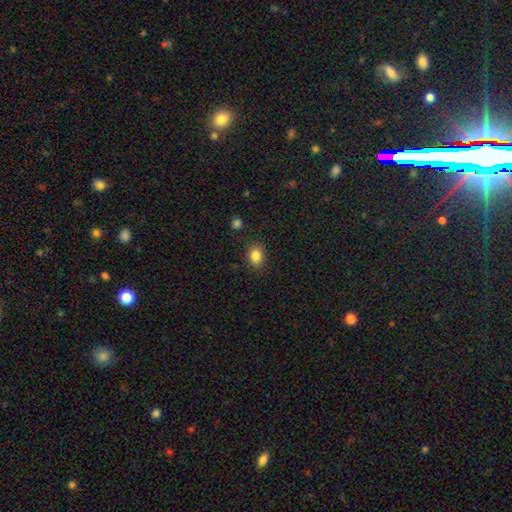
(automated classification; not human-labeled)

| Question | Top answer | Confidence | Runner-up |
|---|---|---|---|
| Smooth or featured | smooth | 84% | star or artifact (10%) |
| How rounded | in between | 57% | round (42%) |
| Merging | none | 85% | minor disturbance (10%) |